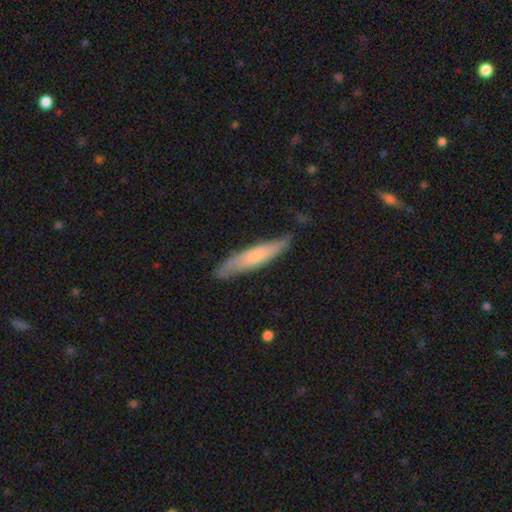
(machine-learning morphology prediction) A smooth galaxy with no disk features (56%) that is cigar-shaped (86%). Merging: none (76%).